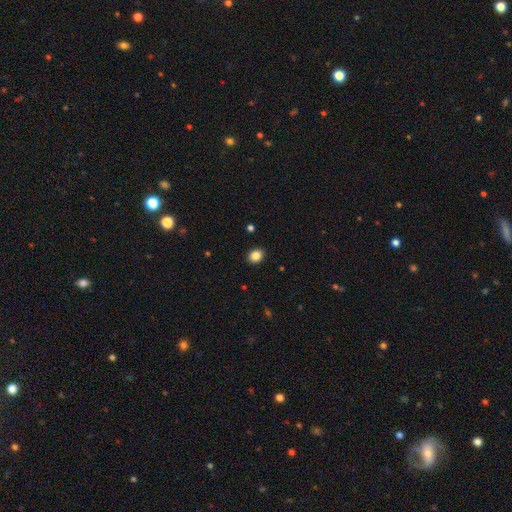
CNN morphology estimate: smooth-or-featured: smooth: 85% | star or artifact: 10% | featured or disk: 5%
  how-rounded: round: 52% | in between: 48% | cigar-shaped: 1%
  merging: none: 91% | minor disturbance: 6% | major disturbance: 2% | merger: 1%